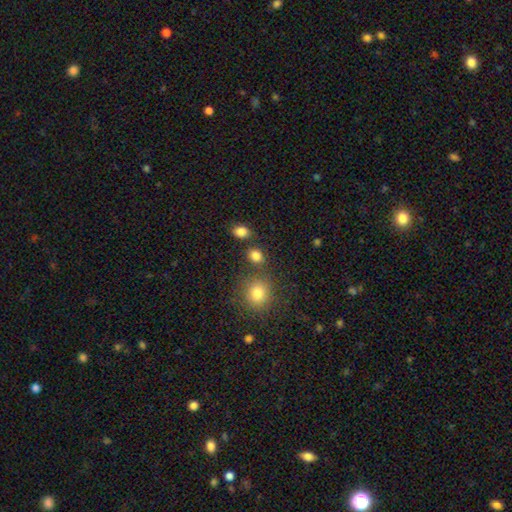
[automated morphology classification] The model was most divided on "how rounded": round: 59%, in between: 40%, cigar-shaped: 1%. More confident: smooth or featured — smooth (82%); merging — none (74%).